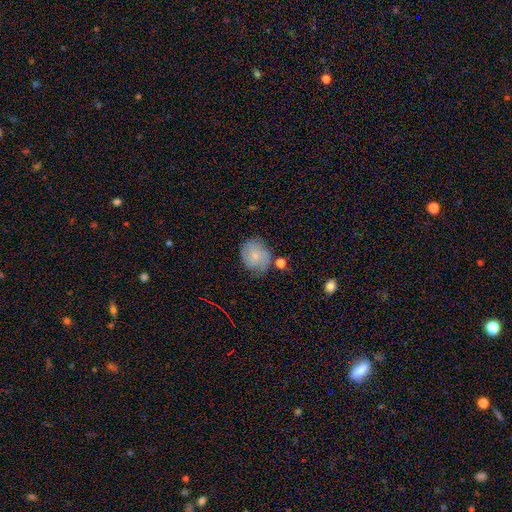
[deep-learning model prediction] Smooth or featured: smooth — 66% (featured or disk — 26%)
How rounded: round — 71% (in between — 28%)
Merging: none — 65% (minor disturbance — 23%)